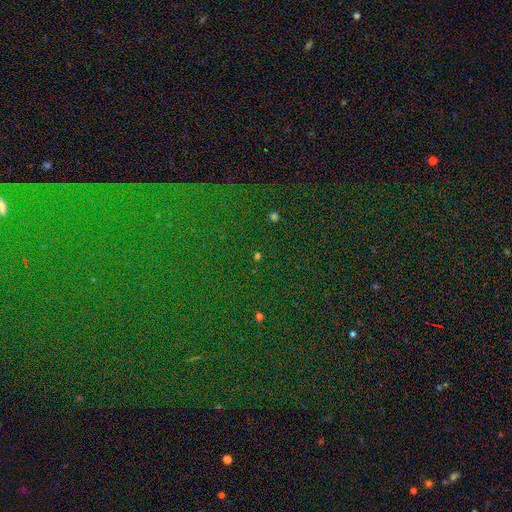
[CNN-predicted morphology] The model was most divided on "smooth or featured": star or artifact: 85%, smooth: 7%, featured or disk: 7%.